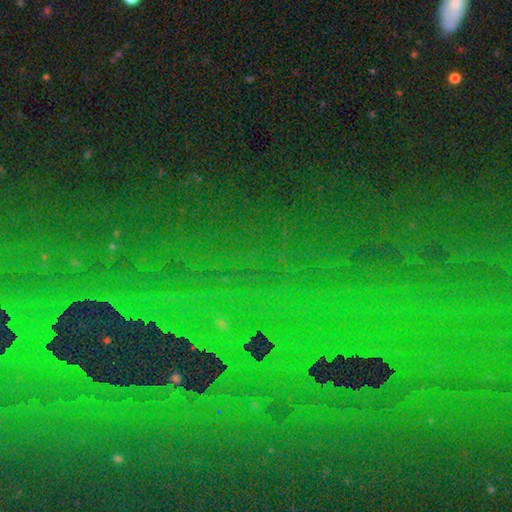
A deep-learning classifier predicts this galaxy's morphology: Smooth or featured? star or artifact (83%)